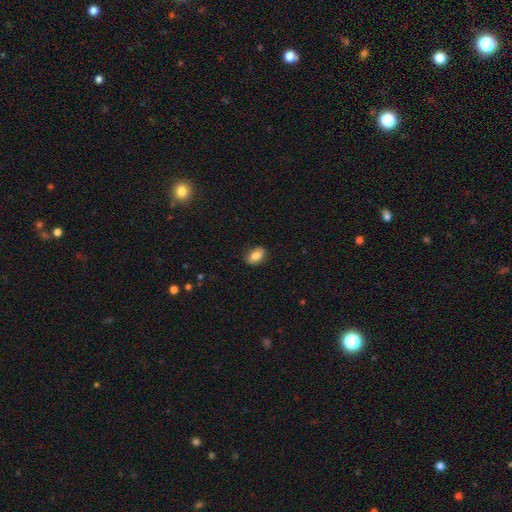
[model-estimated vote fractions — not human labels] This is clearly a smooth galaxy (80%). How rounded: clearly in between (84%). Merging: clearly none (86%).